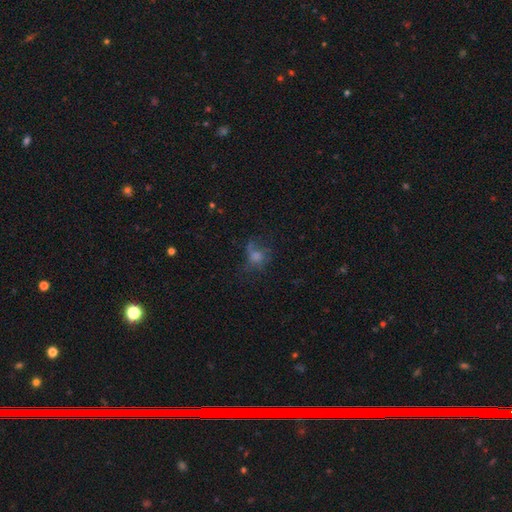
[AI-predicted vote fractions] Smooth or featured? Predicted: smooth (p=0.46). Merging? Predicted: none (p=0.49).